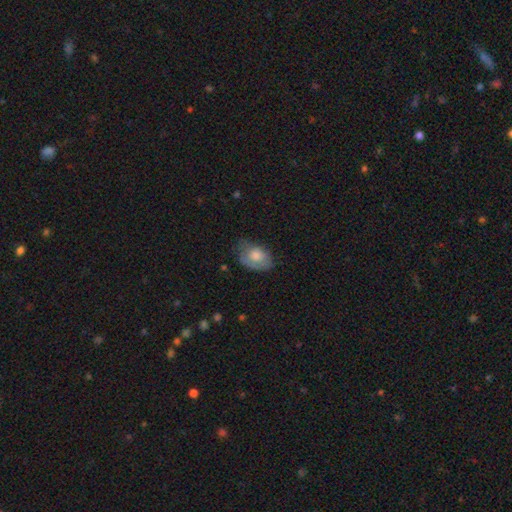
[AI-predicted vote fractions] This appears to be a smooth galaxy with no disk features (67%) that is in between round and cigar-shaped (81%). Merging: none (52%).